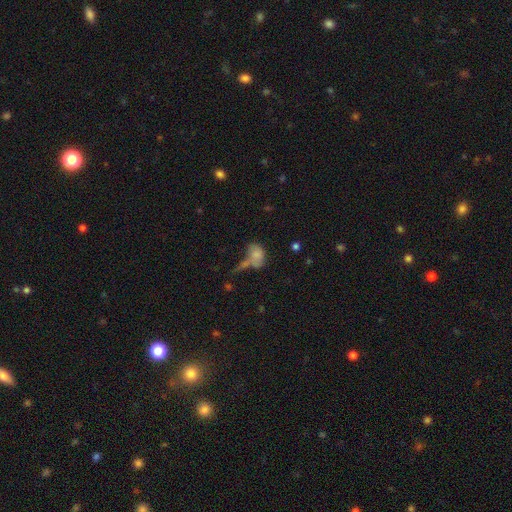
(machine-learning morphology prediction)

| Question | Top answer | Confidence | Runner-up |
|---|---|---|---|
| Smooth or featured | smooth | 73% | featured or disk (16%) |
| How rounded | in between | 76% | round (22%) |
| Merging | merger | 34% | none (29%) |